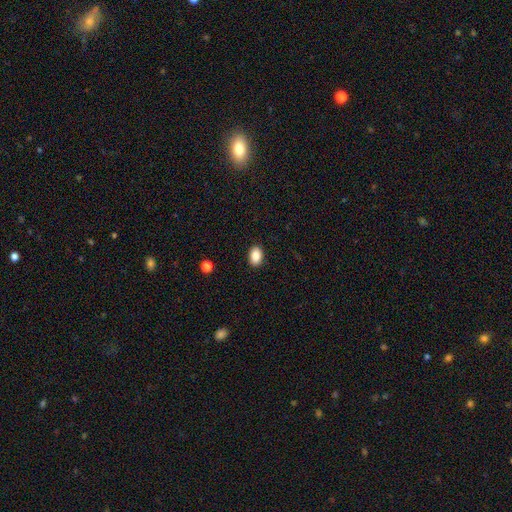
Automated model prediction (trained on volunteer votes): smooth 89%, star or artifact 8%, featured or disk 3%. Down the decision tree: how rounded — in between (86%); merging — none (90%).